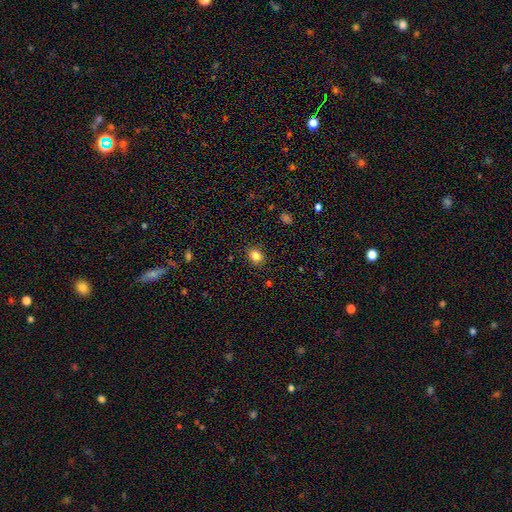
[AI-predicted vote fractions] The model was most divided on "how rounded": round: 55%, in between: 44%, cigar-shaped: 1%. More confident: merging — none (88%); smooth or featured — smooth (83%).